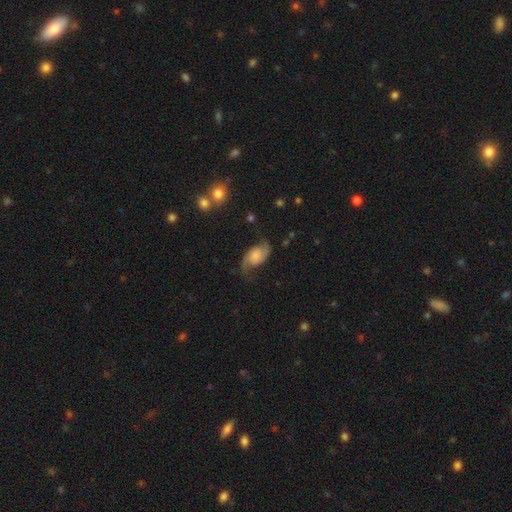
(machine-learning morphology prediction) smooth_or_featured: featured or disk (p=0.77) [alt: smooth p=0.16]
disk_edge_on: no (p=0.97) [alt: yes p=0.03]
bar: no (p=0.67) [alt: weak p=0.27]
has_spiral_arms: yes (p=0.96) [alt: no p=0.04]
spiral_winding: loose (p=0.57) [alt: medium p=0.33]
spiral_arm_count: 2 (p=0.91) [alt: 1 p=0.03]
bulge_size: small (p=0.39) [alt: moderate p=0.25]
merging: none (p=0.67) [alt: minor disturbance p=0.19]